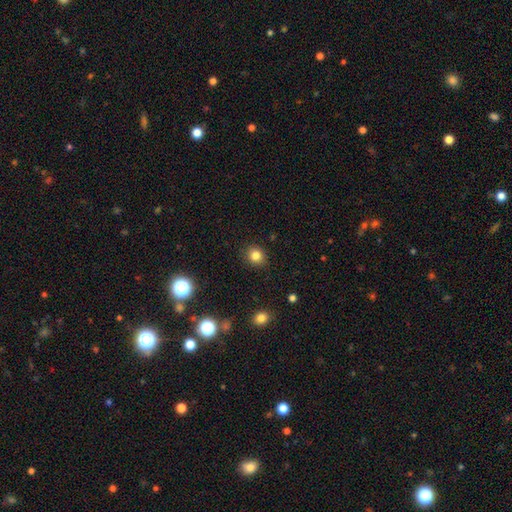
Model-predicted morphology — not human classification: Smooth or featured? smooth (82%)
How rounded? round (77%)
Merging? none (89%)